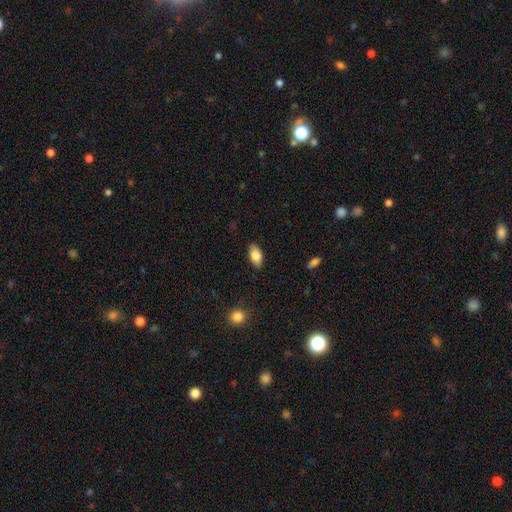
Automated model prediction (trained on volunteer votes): A smooth galaxy with no disk features (80%) that is in between round and cigar-shaped (92%).

Vote fractions:
- Smooth or featured? smooth: 80% / featured or disk: 13% / star or artifact: 7%
- How rounded? in between: 92% / round: 4% / cigar-shaped: 4%
- Merging? none: 87% / minor disturbance: 10% / major disturbance: 2% / merger: 1%